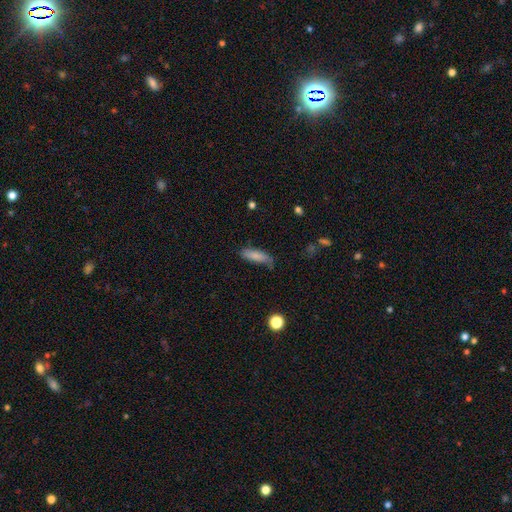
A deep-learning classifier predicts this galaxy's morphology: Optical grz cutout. It shows a smooth galaxy with no disk features (81%) that is in between round and cigar-shaped (49%, tied with cigar-shaped). Merging: none (60%).